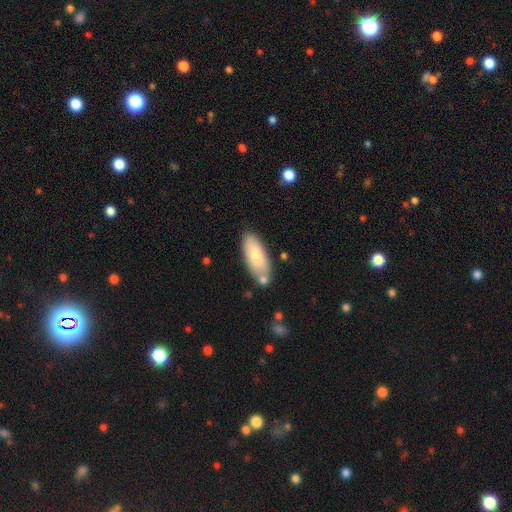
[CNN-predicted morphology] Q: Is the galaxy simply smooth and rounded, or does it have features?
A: smooth — 80%.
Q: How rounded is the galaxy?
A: in between — 75%.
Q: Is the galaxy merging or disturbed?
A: none — 72%.